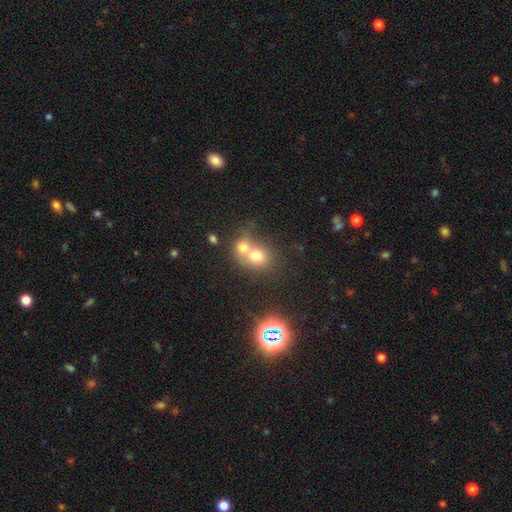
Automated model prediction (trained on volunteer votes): A smooth galaxy with no disk features (69%) that is round (72%). Merging: merger (65%).